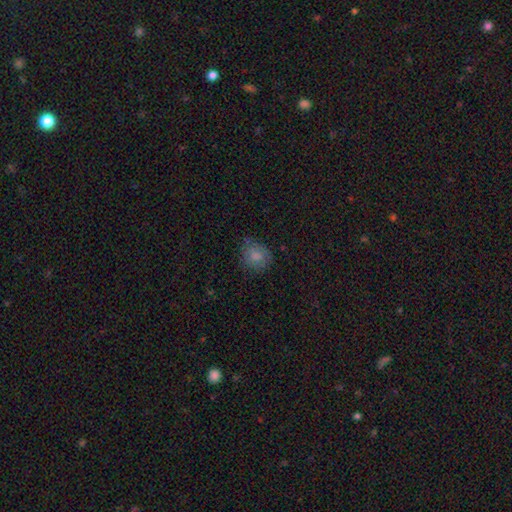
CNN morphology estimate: Smooth or featured? smooth (78%)
How rounded? round (74%)
Merging? none (67%)